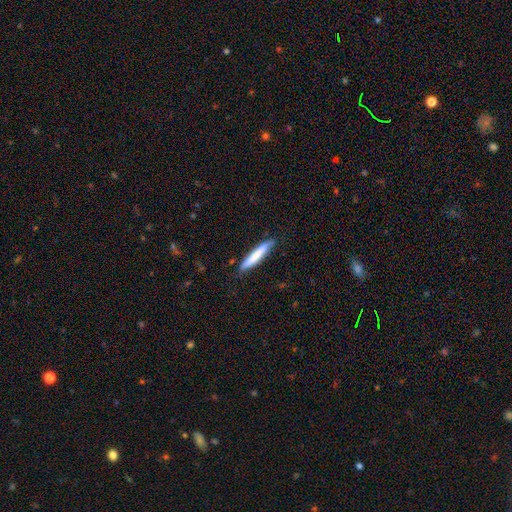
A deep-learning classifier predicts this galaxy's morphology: smooth_or_featured: smooth (p=0.74) [alt: featured or disk p=0.21]
how_rounded: cigar-shaped (p=0.93) [alt: in between p=0.06]
merging: none (p=0.82) [alt: minor disturbance p=0.14]